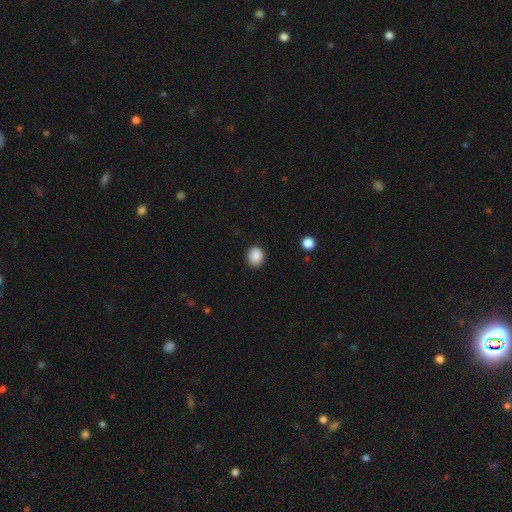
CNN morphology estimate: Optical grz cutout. It shows a smooth galaxy with no disk features (88%) that is round (59%). Merging: none (87%).